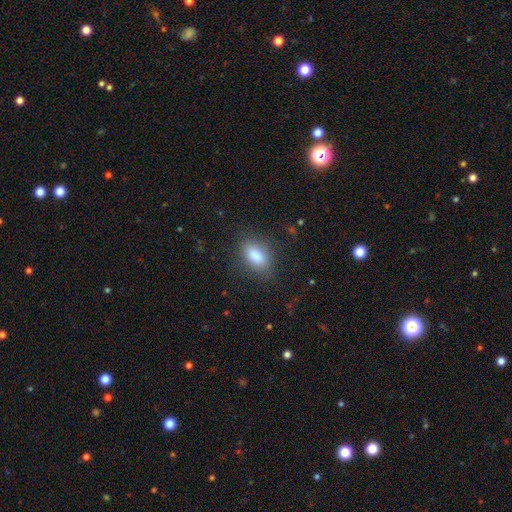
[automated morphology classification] Smooth or featured? smooth (84%)
How rounded? in between (89%)
Merging? none (78%)